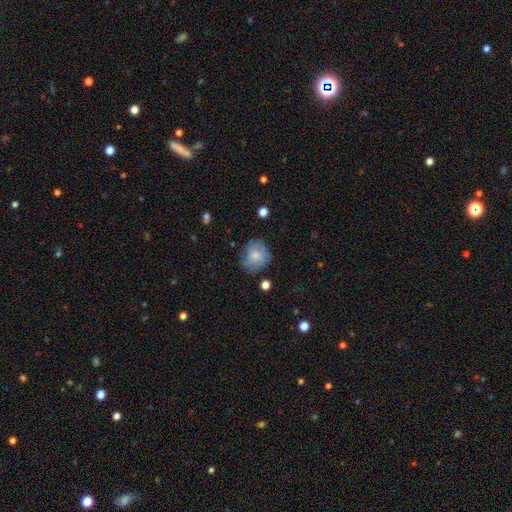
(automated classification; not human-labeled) Smooth or featured?
  - smooth: 67% *
  - featured or disk: 24%
  - star or artifact: 9%
How rounded?
  - round: 73% *
  - in between: 26%
  - cigar-shaped: 1%
Merging?
  - none: 68% *
  - minor disturbance: 22%
  - major disturbance: 8%
  - merger: 2%